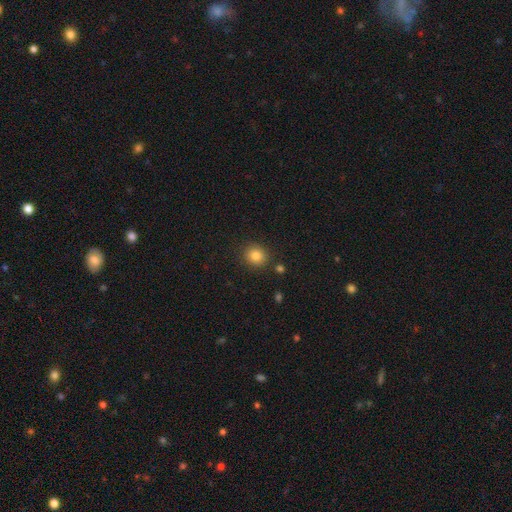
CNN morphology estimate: This is clearly a smooth galaxy (83%). How rounded: clearly round (81%). Merging: clearly none (86%).